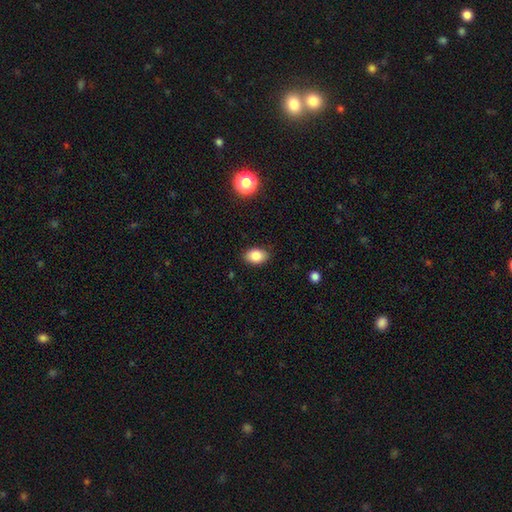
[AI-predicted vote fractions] smooth 85%, star or artifact 9%, featured or disk 6%. Down the decision tree: how rounded — in between (82%); merging — none (85%).